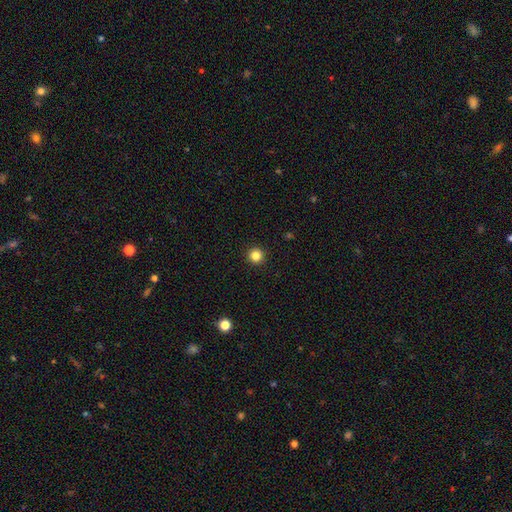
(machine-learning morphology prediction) Smooth or featured? smooth (83%)
How rounded? round (96%)
Merging? none (94%)